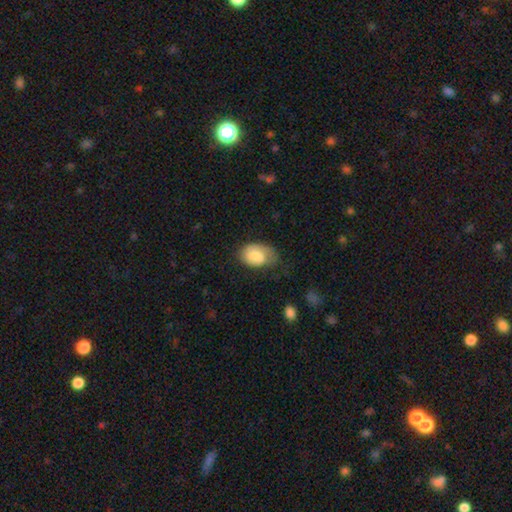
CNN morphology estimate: smooth-or-featured: smooth: 73% | featured or disk: 20% | star or artifact: 7%
  how-rounded: in between: 86% | round: 13% | cigar-shaped: 1%
  merging: none: 43% | minor disturbance: 35% | major disturbance: 20% | merger: 2%